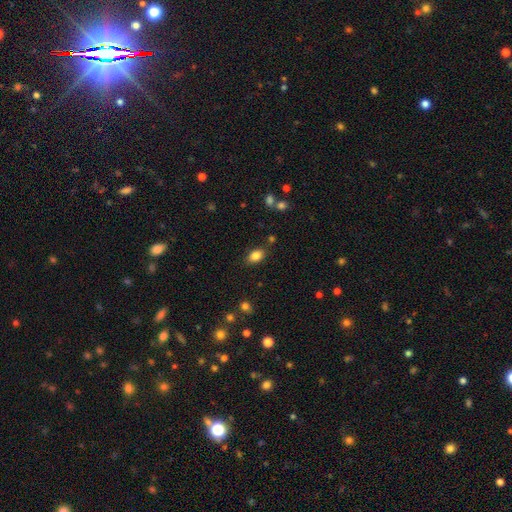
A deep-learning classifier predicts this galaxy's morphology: The model was most divided on "how rounded": in between: 83%, round: 16%, cigar-shaped: 2%. More confident: smooth or featured — smooth (84%); merging — none (82%).